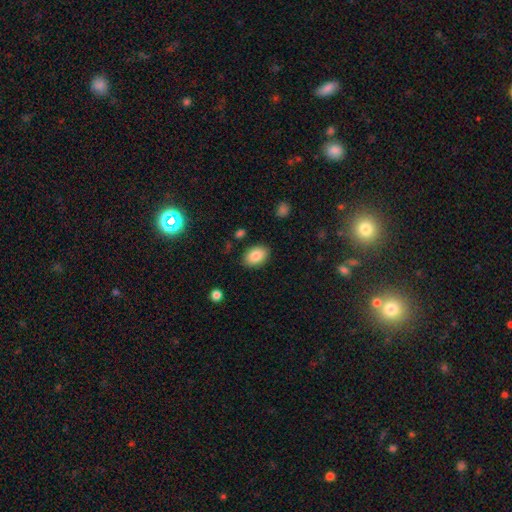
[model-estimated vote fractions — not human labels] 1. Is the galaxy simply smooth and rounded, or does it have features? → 86% smooth, 7% star or artifact, 7% featured or disk.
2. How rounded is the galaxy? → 85% in between, 14% round, 1% cigar-shaped.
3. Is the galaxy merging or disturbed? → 86% none, 10% minor disturbance, 2% major disturbance, 2% merger.